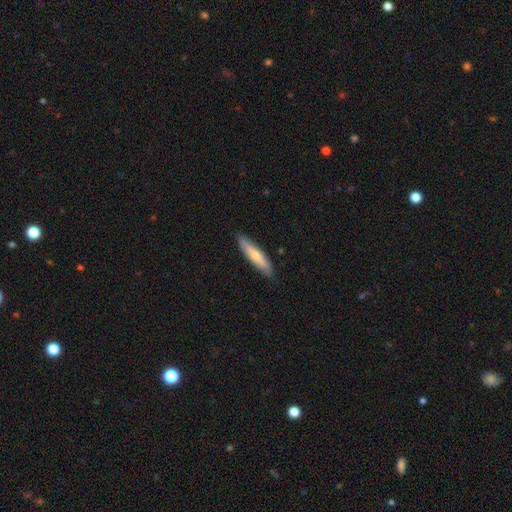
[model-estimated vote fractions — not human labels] The model was most divided on "smooth or featured": smooth: 64%, featured or disk: 31%, star or artifact: 5%. More confident: merging — none (85%); how rounded — cigar-shaped (78%).